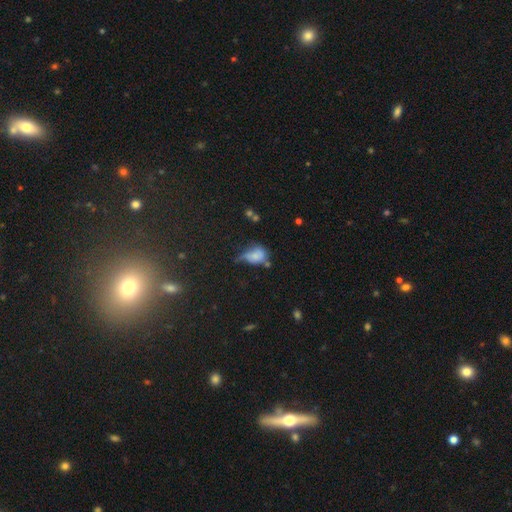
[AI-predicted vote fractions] A smooth galaxy with no disk features (62%) that is in between round and cigar-shaped (67%).

Vote fractions:
- Smooth or featured? smooth: 62% / featured or disk: 23% / star or artifact: 15%
- How rounded? in between: 67% / round: 31% / cigar-shaped: 3%
- Merging? major disturbance: 33% / minor disturbance: 32% / none: 22% / merger: 14%